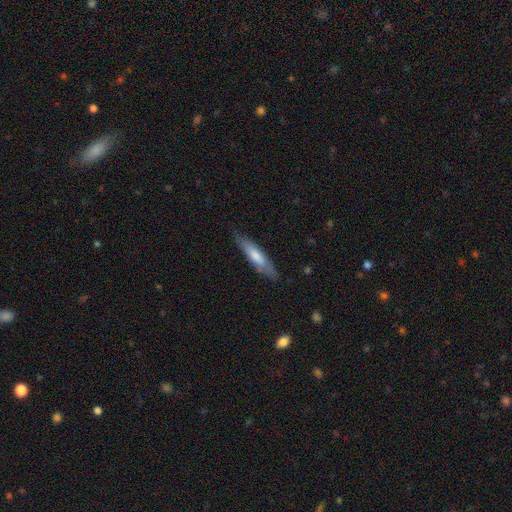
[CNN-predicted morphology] A smooth galaxy with no disk features (62%) that is cigar-shaped (80%). Merging: none (81%).